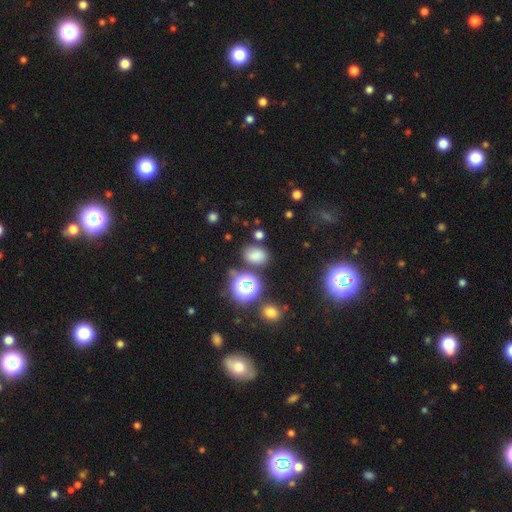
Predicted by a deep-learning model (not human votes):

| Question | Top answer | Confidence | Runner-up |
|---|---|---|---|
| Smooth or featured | smooth | 70% | star or artifact (23%) |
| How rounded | in between | 75% | round (24%) |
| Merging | none | 75% | minor disturbance (13%) |